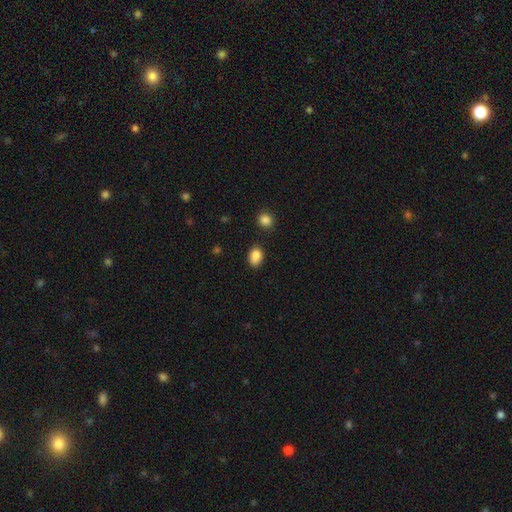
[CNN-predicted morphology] This is clearly a smooth galaxy (86%). How rounded: likely in between (75%). Merging: likely none (72%).